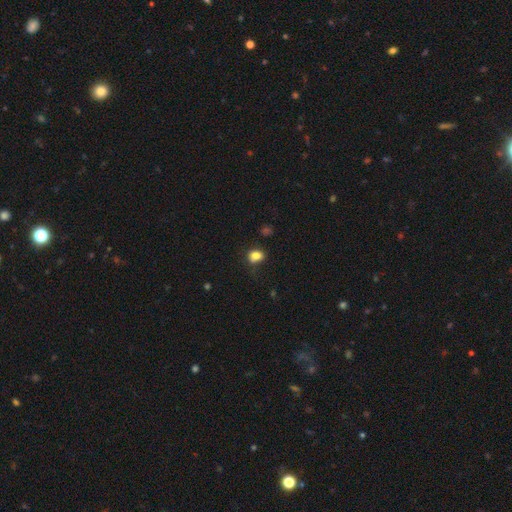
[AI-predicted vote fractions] smooth-or-featured: smooth: 82% | star or artifact: 12% | featured or disk: 6%
  how-rounded: in between: 54% | round: 45% | cigar-shaped: 1%
  merging: none: 66% | minor disturbance: 23% | major disturbance: 6% | merger: 5%